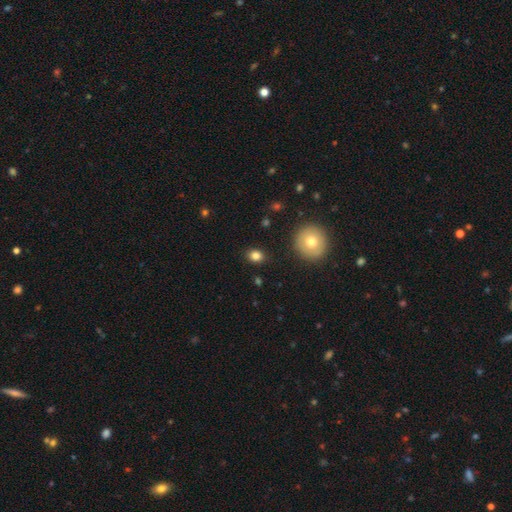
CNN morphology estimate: smooth_or_featured: smooth (p=0.82) [alt: star or artifact p=0.11]
how_rounded: round (p=0.52) [alt: in between p=0.47]
merging: none (p=0.87) [alt: minor disturbance p=0.09]